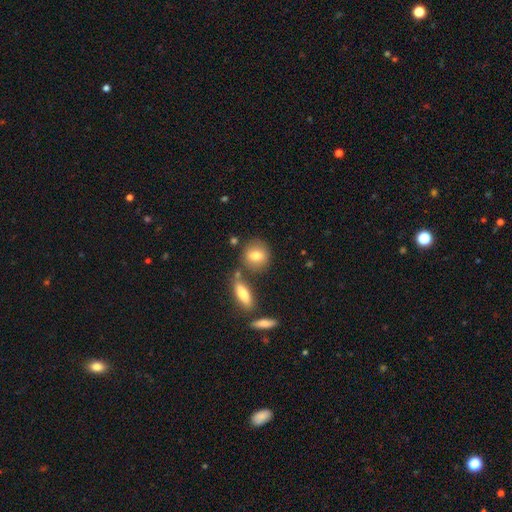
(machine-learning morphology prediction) Smooth or featured? Predicted: smooth (p=0.78). How rounded? Predicted: round (p=0.70). Merging? Predicted: none (p=0.72).